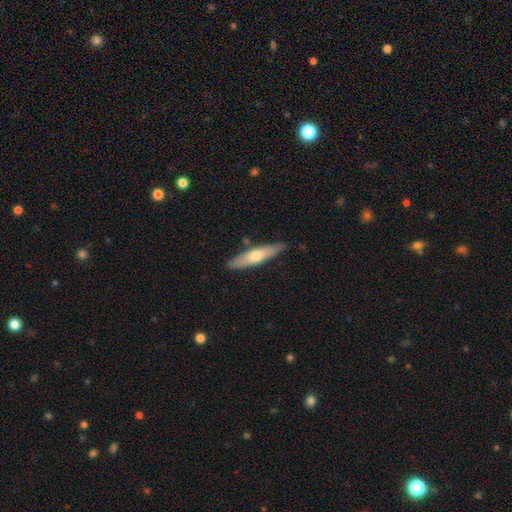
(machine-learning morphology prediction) Smooth or featured: smooth — 56% (featured or disk — 39%)
How rounded: cigar-shaped — 78% (in between — 21%)
Merging: none — 84% (minor disturbance — 11%)